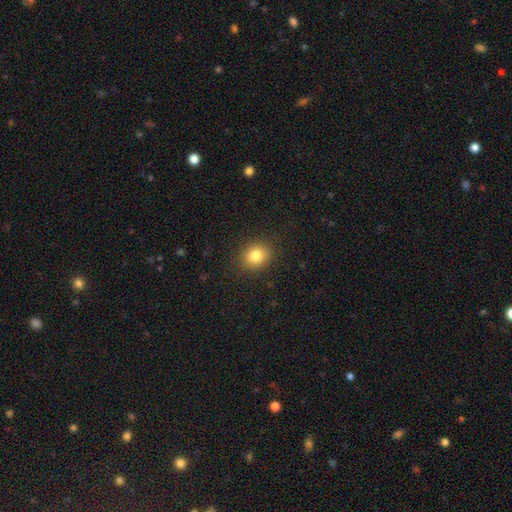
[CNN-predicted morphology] smooth-or-featured: smooth: 82% | star or artifact: 11% | featured or disk: 7%
  how-rounded: round: 69% | in between: 30% | cigar-shaped: 1%
  merging: none: 89% | minor disturbance: 8% | major disturbance: 3% | merger: 1%